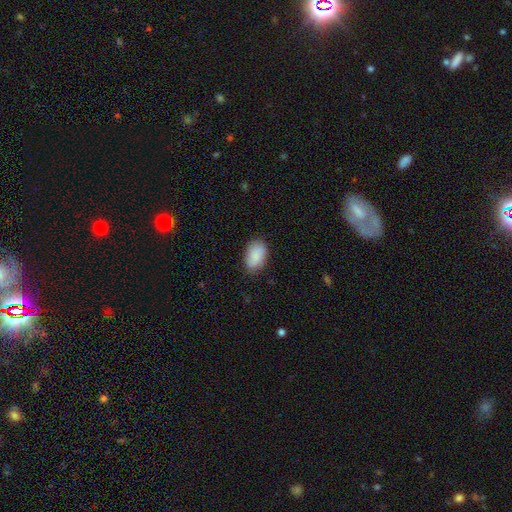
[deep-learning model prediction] Morphology: type=smooth (87%); roundness=in between (91%); merging=none (80%).